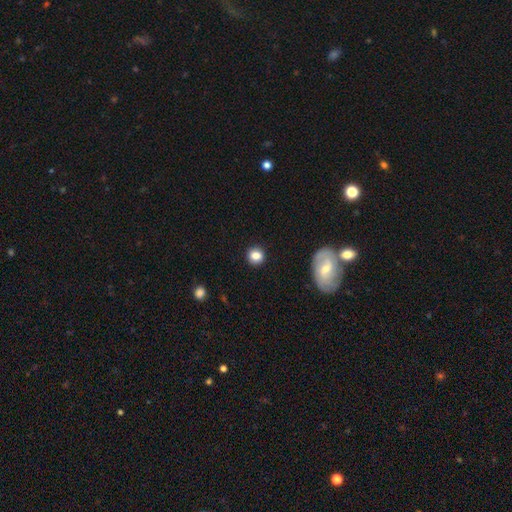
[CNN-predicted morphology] Smooth or featured? Predicted: smooth (p=0.83). How rounded? Predicted: round (p=0.86). Merging? Predicted: none (p=0.90).